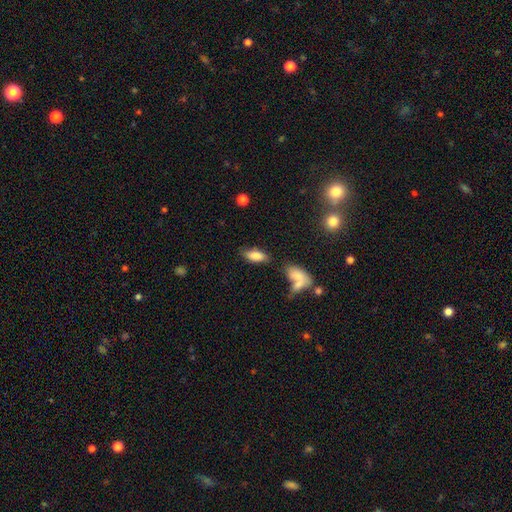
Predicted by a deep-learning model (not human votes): Smooth or featured?
  - smooth: 81% *
  - featured or disk: 11%
  - star or artifact: 8%
How rounded?
  - in between: 83% *
  - cigar-shaped: 14%
  - round: 3%
Merging?
  - none: 70% *
  - minor disturbance: 17%
  - merger: 8%
  - major disturbance: 5%